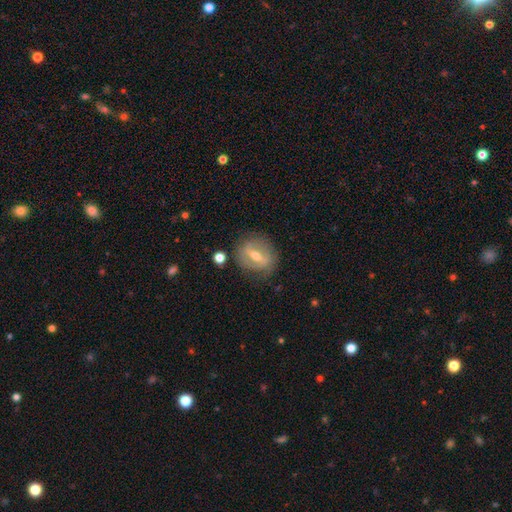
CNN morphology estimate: This appears to be a featured or disk galaxy (66%) with a strong bar (63%), no spiral arms (67%) and a moderate central bulge (64%). Merging: none (78%).